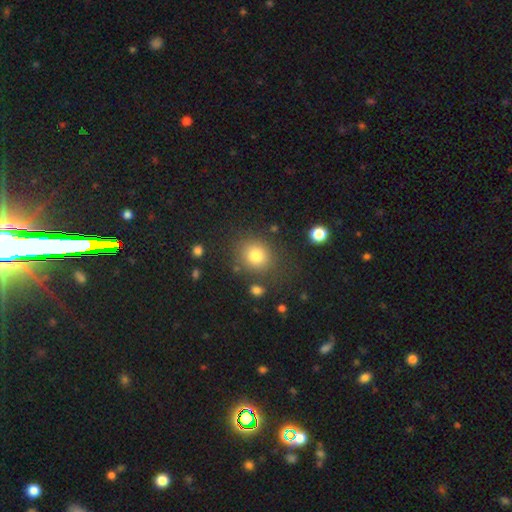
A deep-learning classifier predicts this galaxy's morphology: type=smooth (79%); roundness=round (79%); merging=none (80%).